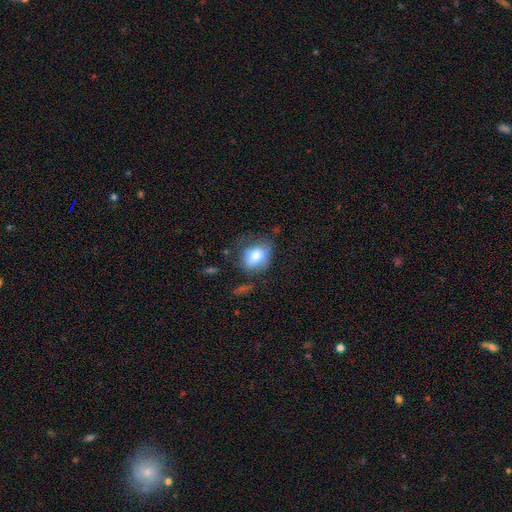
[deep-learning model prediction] smooth-or-featured: smooth: 76% | featured or disk: 15% | star or artifact: 9%
  how-rounded: in between: 58% | round: 41% | cigar-shaped: 1%
  merging: none: 56% | minor disturbance: 27% | major disturbance: 13% | merger: 4%